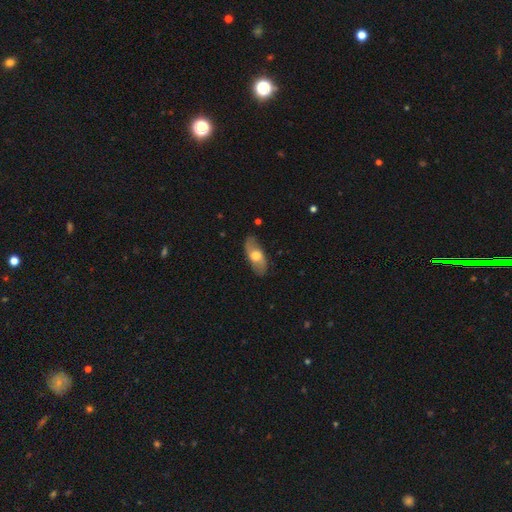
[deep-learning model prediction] smooth_or_featured: smooth (p=0.50) [alt: featured or disk p=0.45]
merging: none (p=0.81) [alt: minor disturbance p=0.14]